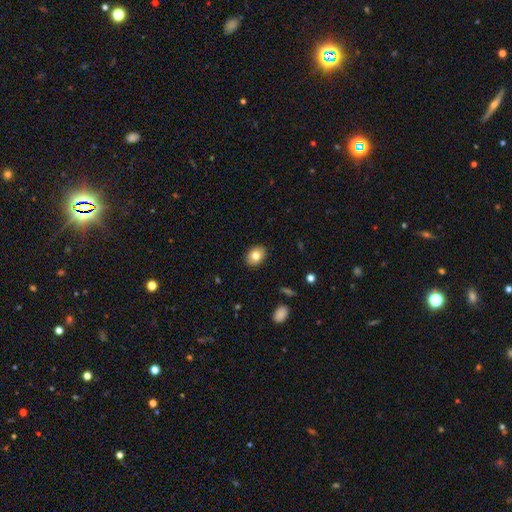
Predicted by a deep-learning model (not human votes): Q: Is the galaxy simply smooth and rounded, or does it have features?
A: smooth — 80%.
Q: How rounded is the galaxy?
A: in between — 66%.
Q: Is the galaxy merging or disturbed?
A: none — 89%.